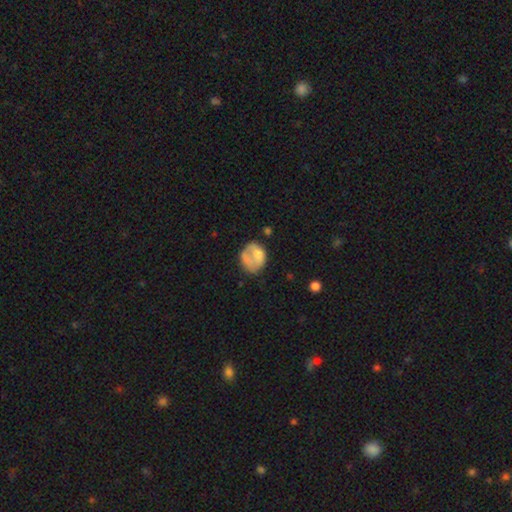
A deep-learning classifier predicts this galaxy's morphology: A smooth galaxy with no disk features (63%) that is round (51%). Merging: none (39%).